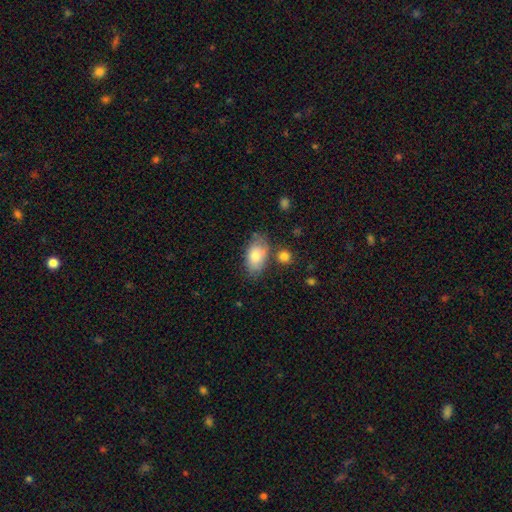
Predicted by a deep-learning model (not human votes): smooth 79%, featured or disk 14%, star or artifact 7%. Down the decision tree: how rounded — in between (91%); merging — none (65%).